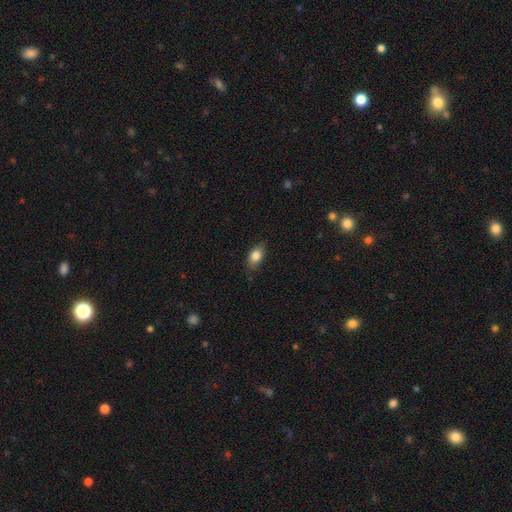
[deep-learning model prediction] Overall: smooth (81%). How rounded: in between (81%). Merging: none (75%).